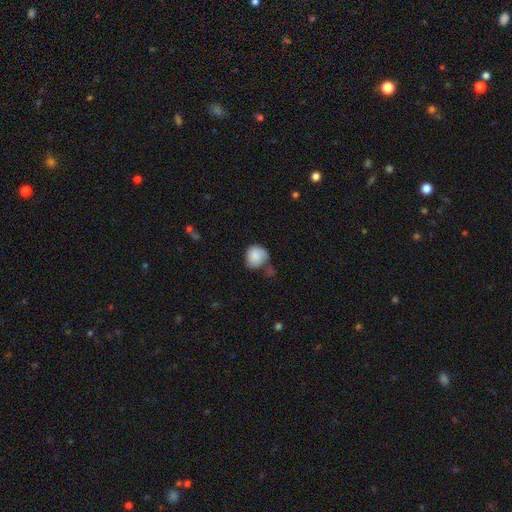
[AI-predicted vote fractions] smooth-or-featured: smooth: 82% | featured or disk: 11% | star or artifact: 7%
  how-rounded: round: 77% | in between: 22% | cigar-shaped: 1%
  merging: none: 44% | minor disturbance: 31% | major disturbance: 13% | merger: 12%